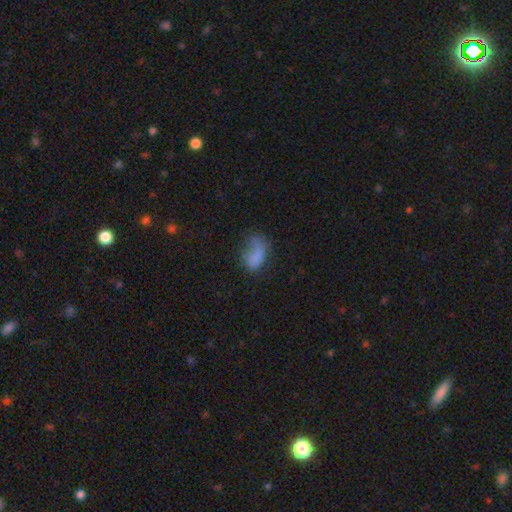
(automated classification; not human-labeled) Smooth or featured: smooth — 72% (featured or disk — 16%)
How rounded: in between — 89% (round — 9%)
Merging: none — 35% (major disturbance — 32%)